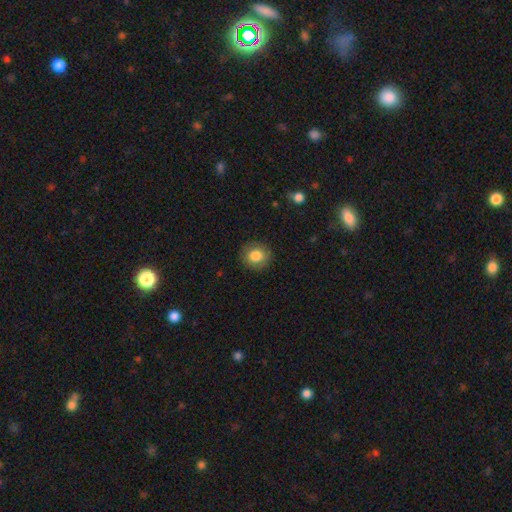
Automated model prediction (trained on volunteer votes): A smooth galaxy with no disk features (82%) that is round (85%). Merging: none (88%).